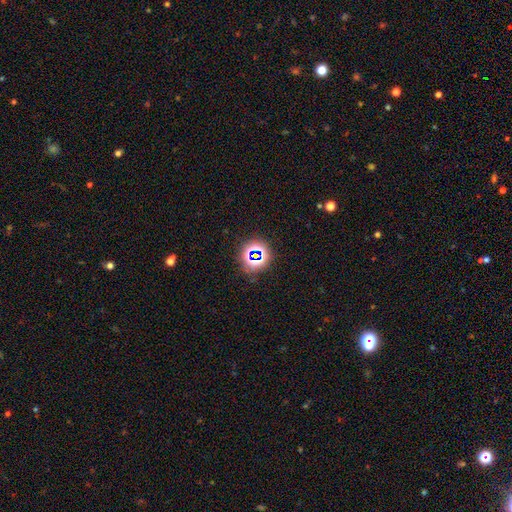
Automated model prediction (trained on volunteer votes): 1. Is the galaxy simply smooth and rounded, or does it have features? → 67% star or artifact, 24% smooth, 9% featured or disk.